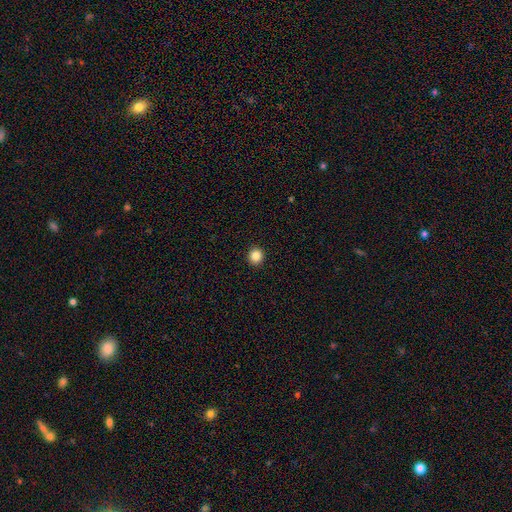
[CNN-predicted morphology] type=smooth (86%); roundness=round (94%); merging=none (94%).